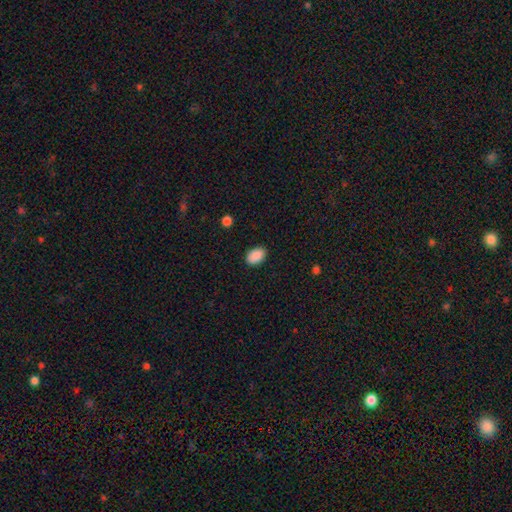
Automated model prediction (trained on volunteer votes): Smooth or featured: smooth — 90% (star or artifact — 8%)
How rounded: in between — 87% (round — 12%)
Merging: none — 88% (minor disturbance — 9%)